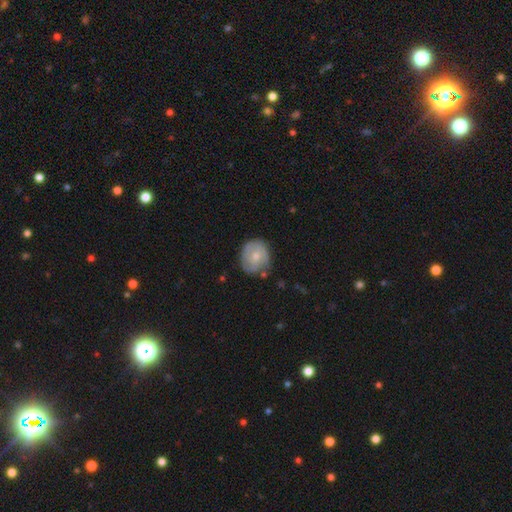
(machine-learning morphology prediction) Smooth or featured? Predicted: smooth (p=0.49). Merging? Predicted: none (p=0.70).